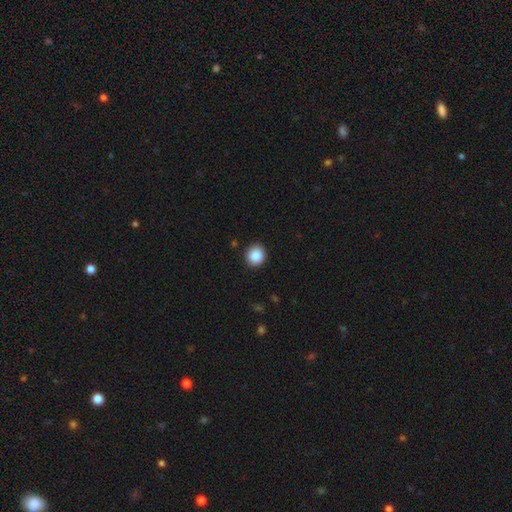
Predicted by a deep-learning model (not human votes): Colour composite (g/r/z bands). It shows a smooth galaxy with no disk features (87%) that is round (88%). Merging: none (91%).